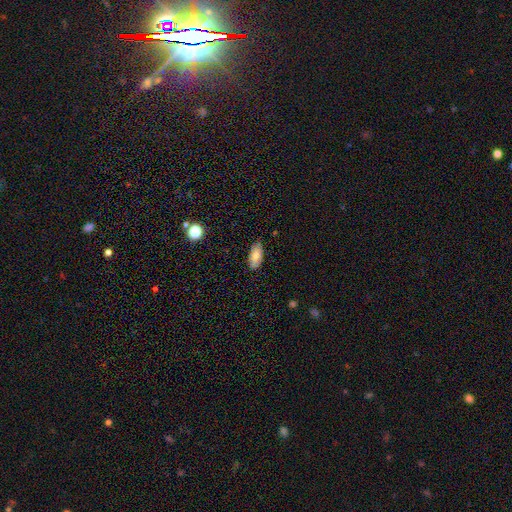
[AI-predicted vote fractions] smooth_or_featured: smooth (p=0.77) [alt: featured or disk p=0.15]
how_rounded: in between (p=0.89) [alt: cigar-shaped p=0.08]
merging: none (p=0.83) [alt: minor disturbance p=0.14]